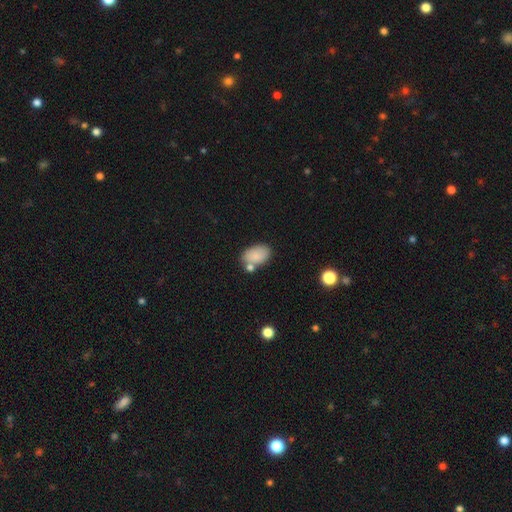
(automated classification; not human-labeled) smooth 84%, featured or disk 8%, star or artifact 8%. Down the decision tree: how rounded — in between (91%); merging — none (61%).